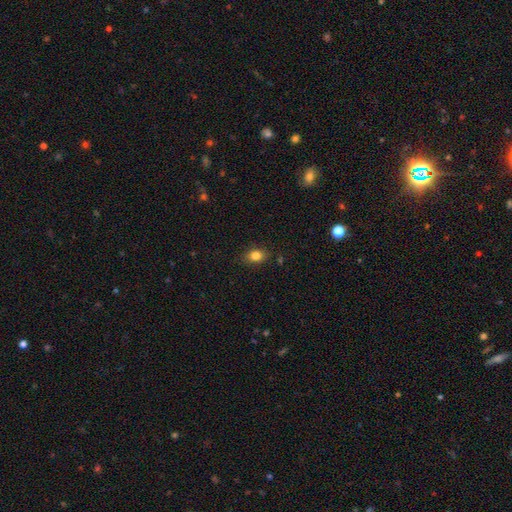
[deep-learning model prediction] This is clearly a smooth galaxy (83%). How rounded: likely in between (70%). Merging: clearly none (84%).